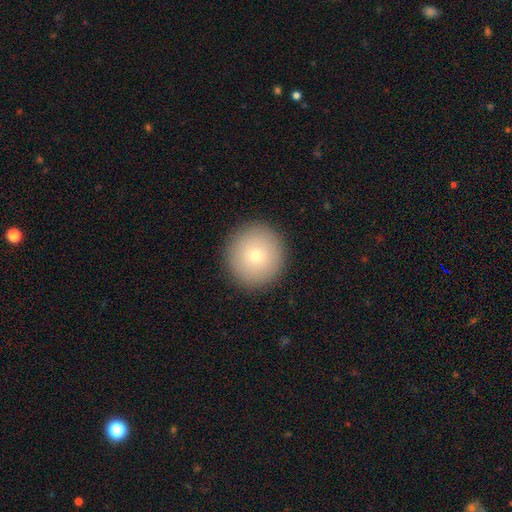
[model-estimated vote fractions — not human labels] The model was most divided on "smooth or featured": smooth: 79%, featured or disk: 12%, star or artifact: 9%. More confident: how rounded — round (94%); merging — none (92%).